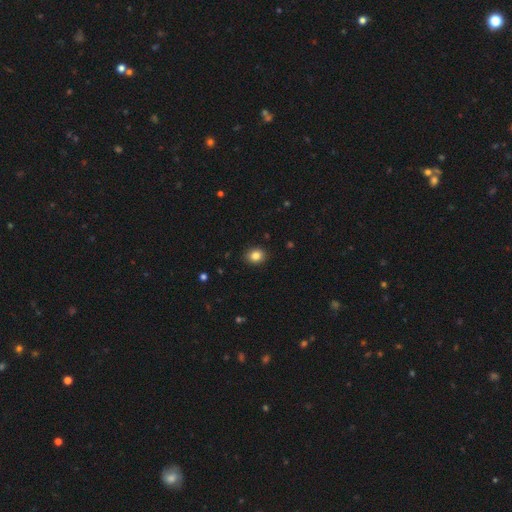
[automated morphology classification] A smooth galaxy with no disk features (84%) that is round (61%). Merging: none (89%).